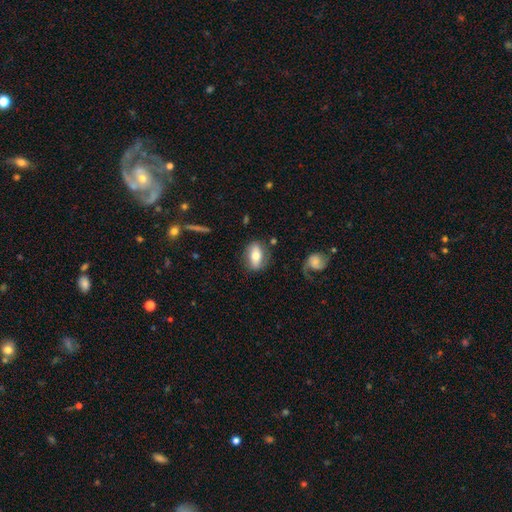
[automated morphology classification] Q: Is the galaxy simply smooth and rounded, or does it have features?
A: smooth — 62%.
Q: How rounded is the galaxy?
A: in between — 82%.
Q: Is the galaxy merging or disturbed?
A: none — 76%.